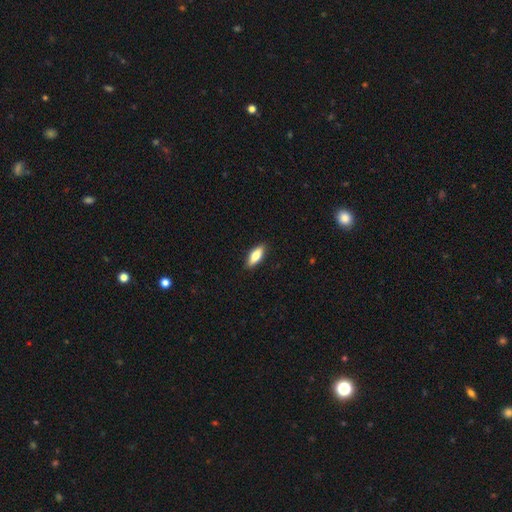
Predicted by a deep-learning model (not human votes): Smooth or featured? Predicted: smooth (p=0.72). How rounded? Predicted: in between (p=0.65). Merging? Predicted: none (p=0.90).